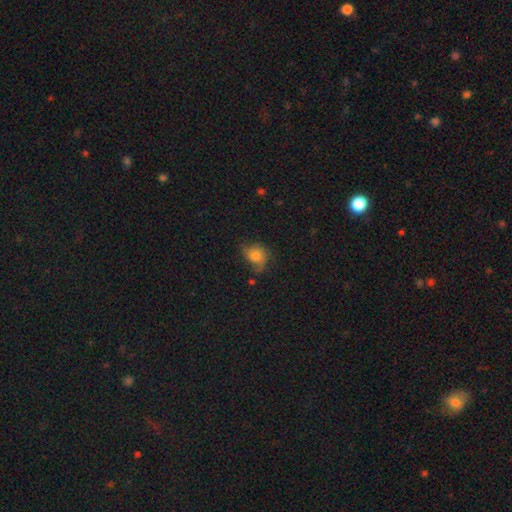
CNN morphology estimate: A smooth galaxy with no disk features (70%) that is round (55%).

Vote fractions:
- Smooth or featured? smooth: 70% / featured or disk: 20% / star or artifact: 11%
- How rounded? round: 55% / in between: 44% / cigar-shaped: 1%
- Merging? none: 48% / minor disturbance: 34% / major disturbance: 16% / merger: 3%